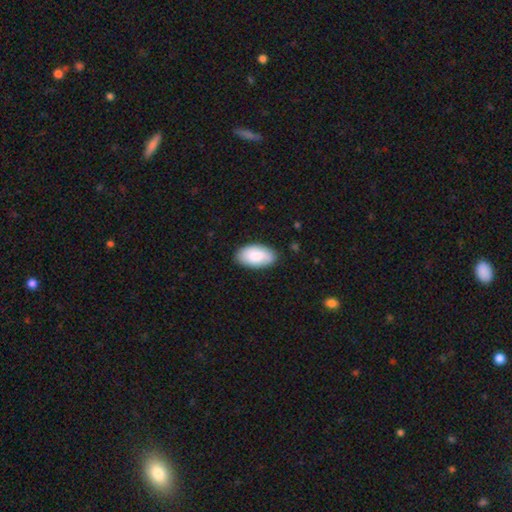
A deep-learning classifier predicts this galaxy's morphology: The model was most divided on "merging": none: 85%, minor disturbance: 12%, major disturbance: 2%, merger: 1%. More confident: how rounded — in between (96%); smooth or featured — smooth (85%).